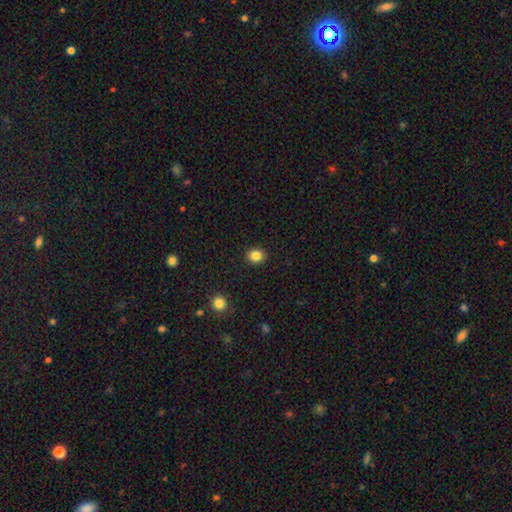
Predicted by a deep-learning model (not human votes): smooth 85%, star or artifact 11%, featured or disk 5%. Down the decision tree: how rounded — round (72%); merging — none (91%).